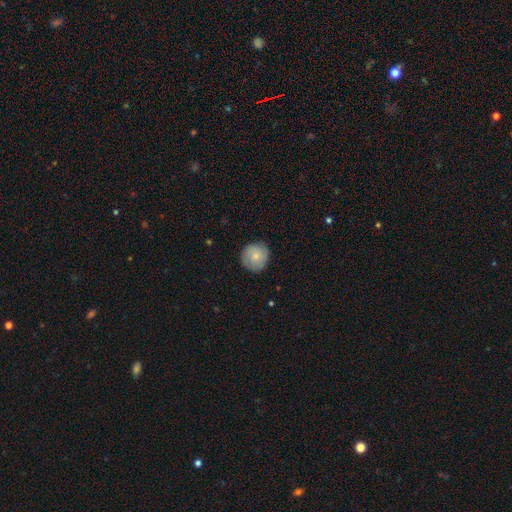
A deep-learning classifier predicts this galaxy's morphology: A smooth galaxy with no disk features (70%) that is round (92%). Merging: none (85%).